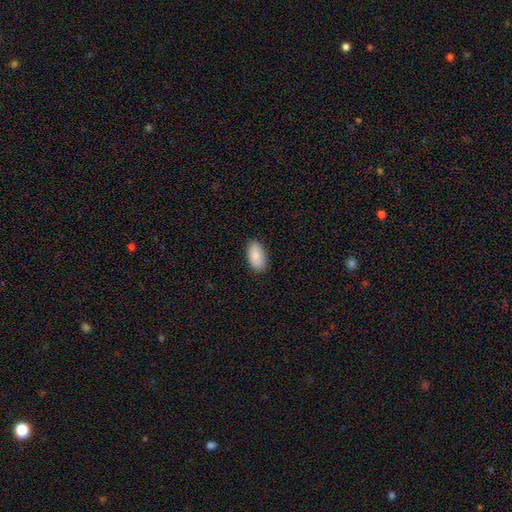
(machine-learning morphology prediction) smooth-or-featured: smooth: 86% | featured or disk: 8% | star or artifact: 6%
  how-rounded: in between: 95% | round: 3% | cigar-shaped: 2%
  merging: none: 86% | minor disturbance: 11% | major disturbance: 2% | merger: 1%